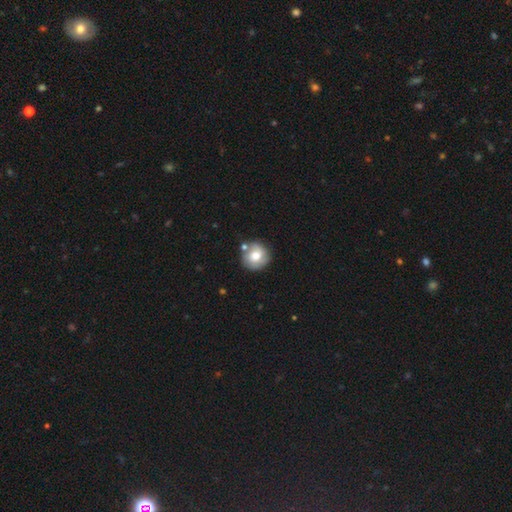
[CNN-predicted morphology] Overall: smooth (70%). How rounded: round (90%). Merging: none (68%).